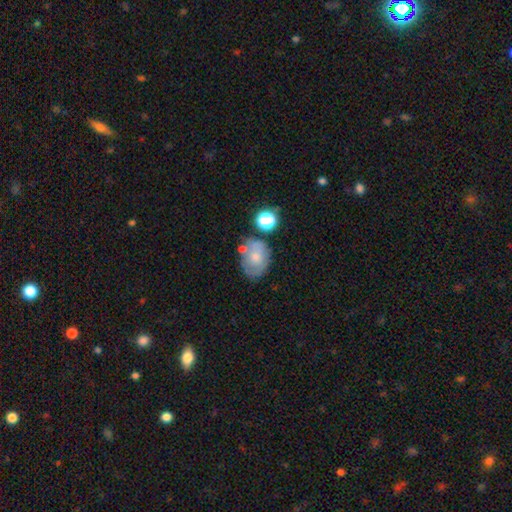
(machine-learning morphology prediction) Q: Smooth or featured?
A: smooth (58%); runner-up: featured or disk (32%)
Q: How rounded?
A: in between (65%); runner-up: round (34%)
Q: Merging?
A: none (53%); runner-up: minor disturbance (24%)